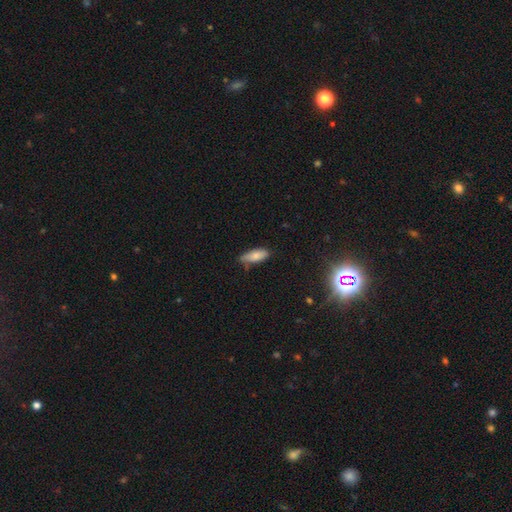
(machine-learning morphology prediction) type=smooth (79%); roundness=in between (74%); merging=none (64%).